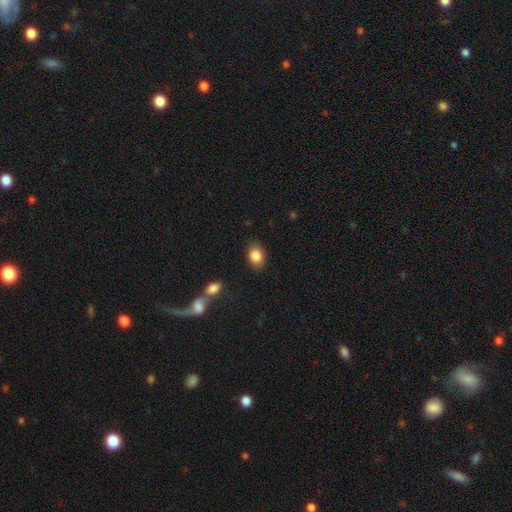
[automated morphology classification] Smooth or featured?
  - smooth: 86% *
  - star or artifact: 8%
  - featured or disk: 6%
How rounded?
  - in between: 75% *
  - round: 23%
  - cigar-shaped: 1%
Merging?
  - none: 83% *
  - minor disturbance: 11%
  - major disturbance: 3%
  - merger: 3%